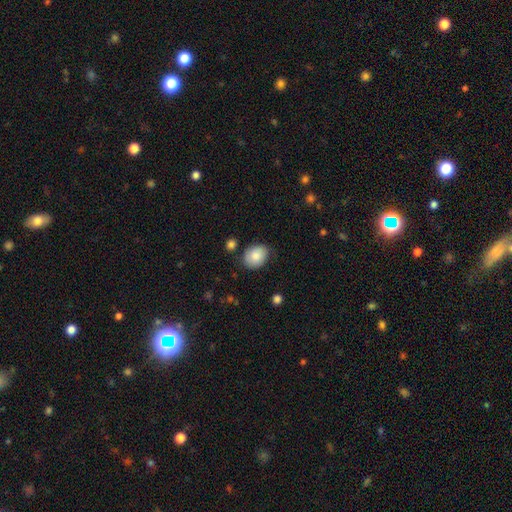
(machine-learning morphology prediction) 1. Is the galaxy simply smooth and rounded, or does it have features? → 83% smooth, 10% featured or disk, 7% star or artifact.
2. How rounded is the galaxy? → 55% in between, 44% round, 1% cigar-shaped.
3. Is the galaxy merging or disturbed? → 74% none, 19% minor disturbance, 4% major disturbance, 3% merger.